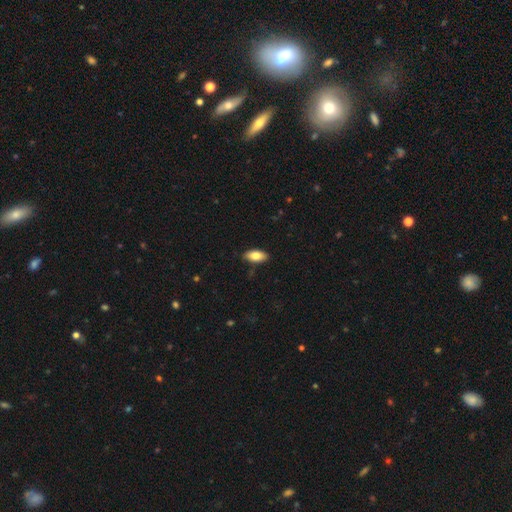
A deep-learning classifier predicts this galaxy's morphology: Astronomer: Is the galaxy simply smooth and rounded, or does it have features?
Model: smooth — 81%.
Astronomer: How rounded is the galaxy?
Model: in between — 89%.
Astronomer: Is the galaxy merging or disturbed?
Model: none — 88%.